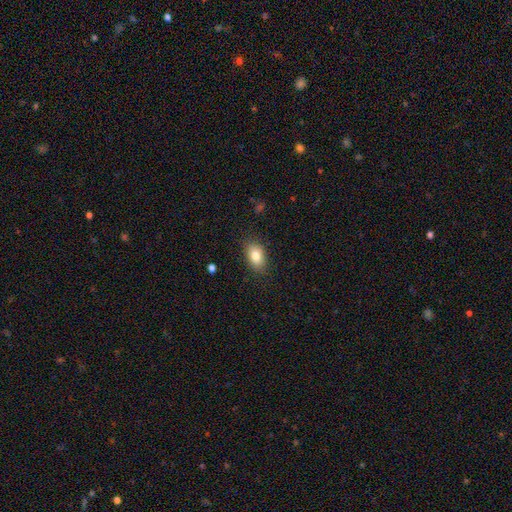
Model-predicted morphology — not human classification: Q: Smooth or featured?
A: smooth (83%); runner-up: featured or disk (9%)
Q: How rounded?
A: in between (88%); runner-up: round (11%)
Q: Merging?
A: none (86%); runner-up: minor disturbance (11%)